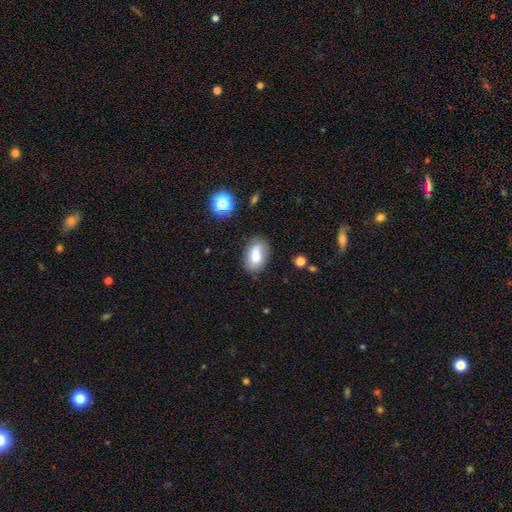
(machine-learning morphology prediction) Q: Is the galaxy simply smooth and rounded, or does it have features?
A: smooth — 71%.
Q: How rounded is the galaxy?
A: in between — 89%.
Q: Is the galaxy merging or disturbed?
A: none — 73%.